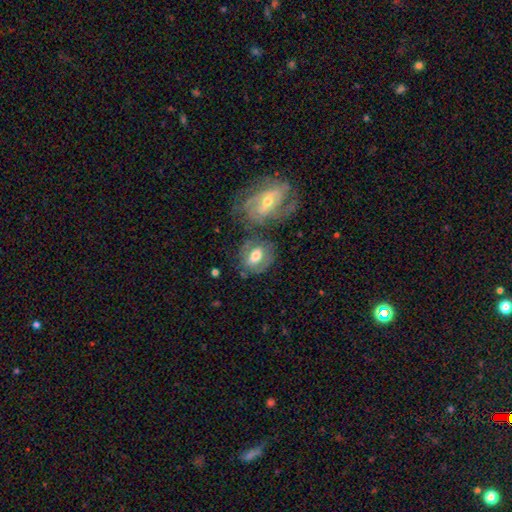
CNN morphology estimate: featured or disk 47%, smooth 46%, star or artifact 7%. Down the decision tree: merging — none (49%).